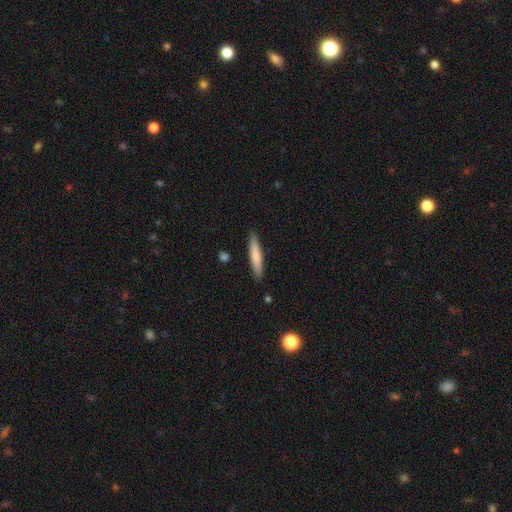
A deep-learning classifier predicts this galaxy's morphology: Smooth or featured? smooth (73%)
How rounded? cigar-shaped (91%)
Merging? none (89%)